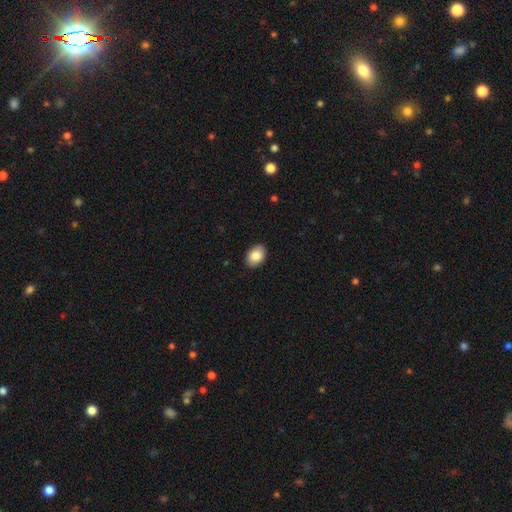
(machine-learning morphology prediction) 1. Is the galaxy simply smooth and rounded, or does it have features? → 87% smooth, 7% star or artifact, 6% featured or disk.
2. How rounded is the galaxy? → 83% in between, 16% round, 1% cigar-shaped.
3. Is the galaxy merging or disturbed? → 90% none, 8% minor disturbance, 2% major disturbance, 1% merger.